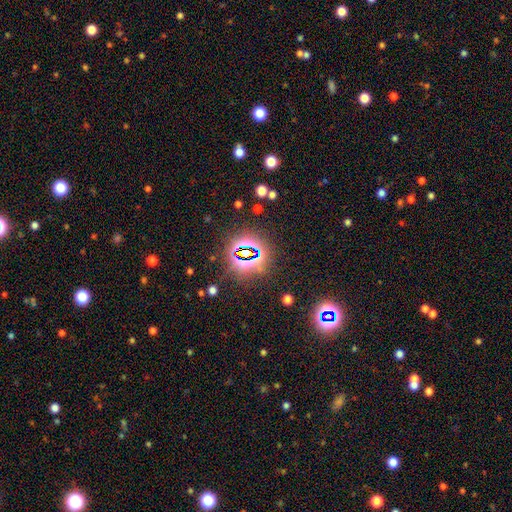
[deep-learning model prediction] star or artifact 77%, smooth 15%, featured or disk 9%.